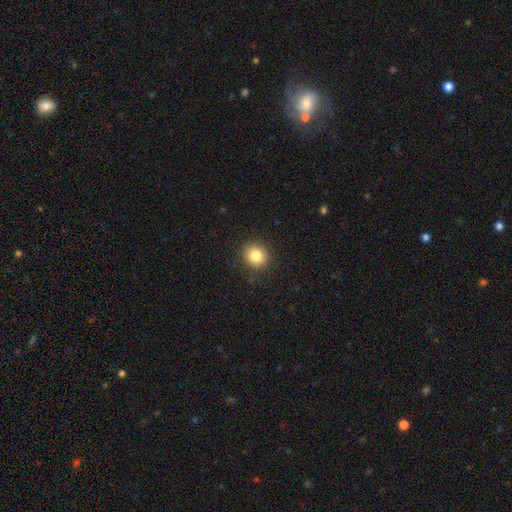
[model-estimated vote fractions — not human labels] This is clearly a smooth galaxy (83%). How rounded: clearly round (85%). Merging: clearly none (90%).